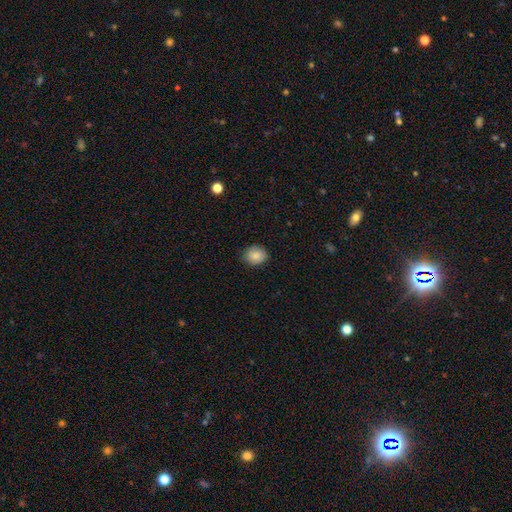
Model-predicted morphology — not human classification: This is clearly a smooth galaxy (86%). How rounded: likely round (72%). Merging: clearly none (84%).